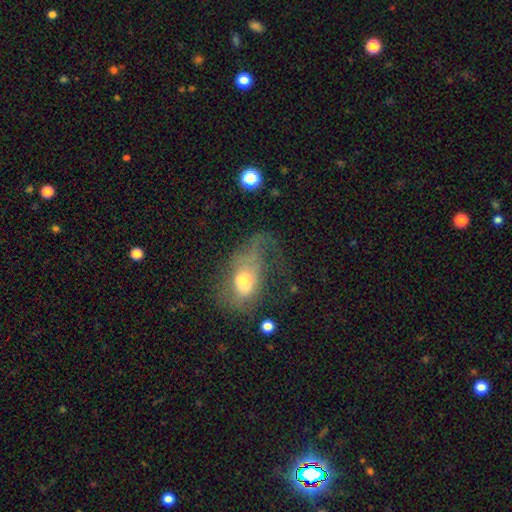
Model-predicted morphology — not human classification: Smooth or featured? smooth (46%)
Merging? major disturbance (47%)